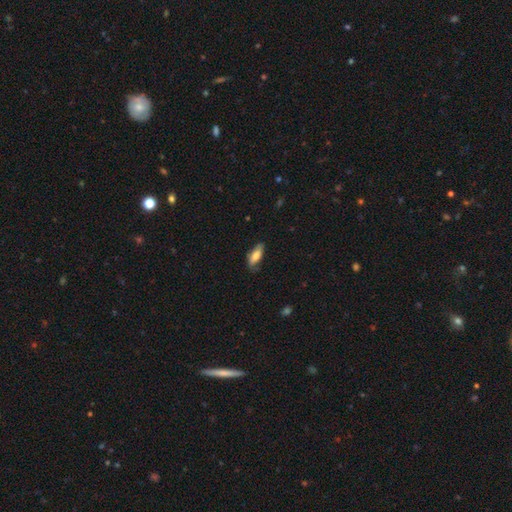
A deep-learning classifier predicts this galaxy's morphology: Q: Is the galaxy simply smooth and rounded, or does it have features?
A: smooth — 70%.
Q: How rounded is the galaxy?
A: in between — 72%.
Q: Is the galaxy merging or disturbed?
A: none — 69%.